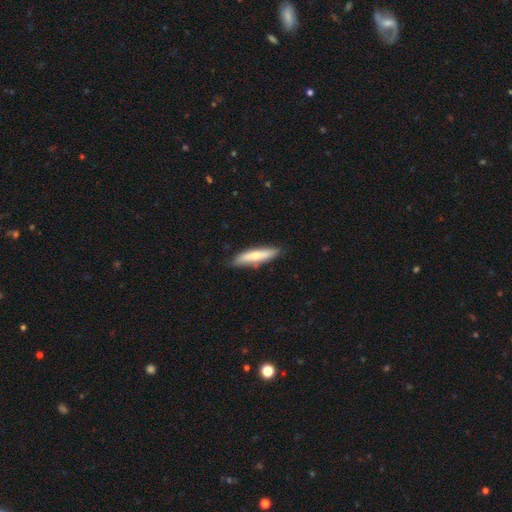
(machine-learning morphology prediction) Smooth or featured? smooth (63%)
How rounded? cigar-shaped (78%)
Merging? none (83%)